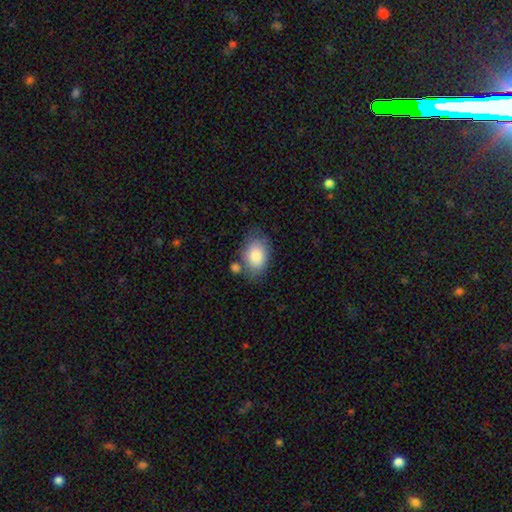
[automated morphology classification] Overall: smooth (85%). How rounded: in between (84%). Merging: none (65%).